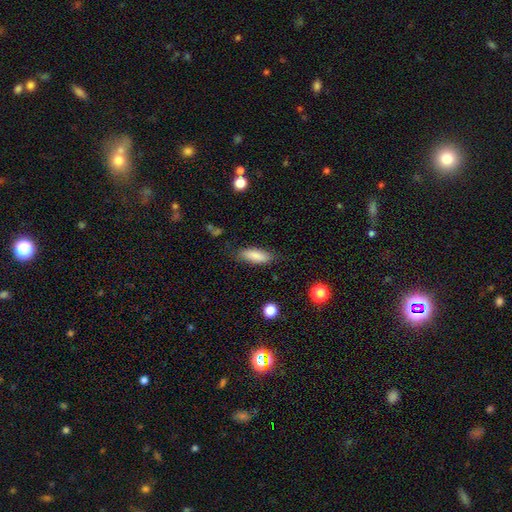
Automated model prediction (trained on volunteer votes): Smooth or featured?
  - smooth: 85% *
  - featured or disk: 8%
  - star or artifact: 7%
How rounded?
  - in between: 60% *
  - cigar-shaped: 38%
  - round: 2%
Merging?
  - none: 80% *
  - minor disturbance: 14%
  - major disturbance: 4%
  - merger: 2%